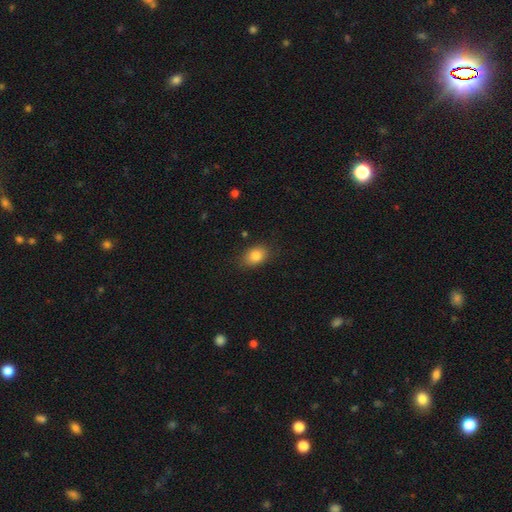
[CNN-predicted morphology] The model was most divided on "how rounded": in between: 74%, round: 25%, cigar-shaped: 1%. More confident: merging — none (83%); smooth or featured — smooth (82%).